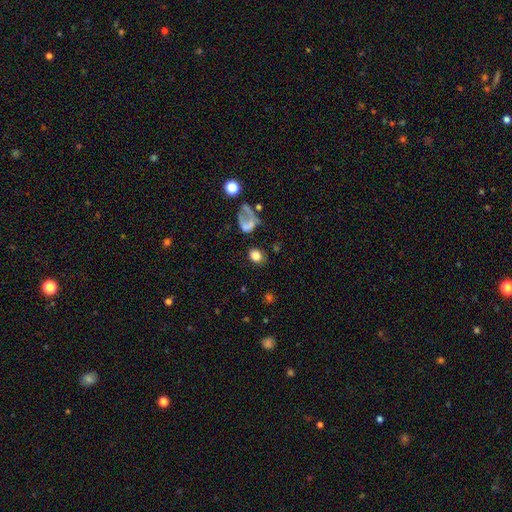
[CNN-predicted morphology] smooth_or_featured: smooth (p=0.78) [alt: star or artifact p=0.12]
how_rounded: round (p=0.51) [alt: in between p=0.47]
merging: none (p=0.65) [alt: minor disturbance p=0.15]